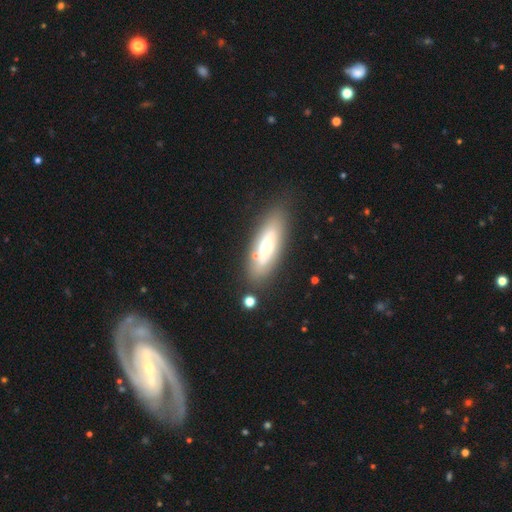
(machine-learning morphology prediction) Smooth or featured?
  - smooth: 51% *
  - featured or disk: 41%
  - star or artifact: 8%
How rounded?
  - in between: 64% *
  - cigar-shaped: 32%
  - round: 4%
Merging?
  - none: 77% *
  - minor disturbance: 12%
  - merger: 7%
  - major disturbance: 5%